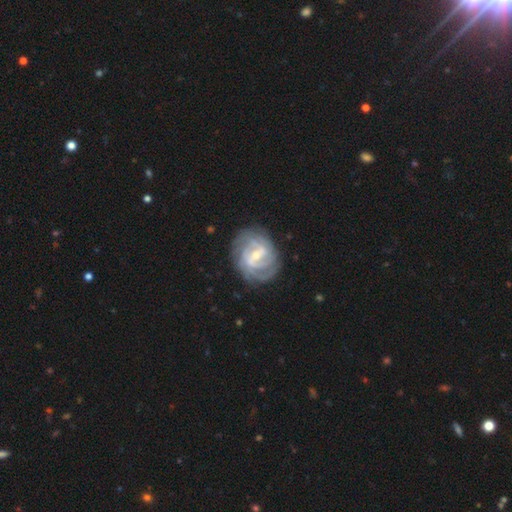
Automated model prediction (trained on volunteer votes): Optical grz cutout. It shows a featured or disk galaxy (88%) with a weak bar (49%), 2 (31%) tight (66%) spiral arms (95%) and a small central bulge (55%). Merging: none (78%).